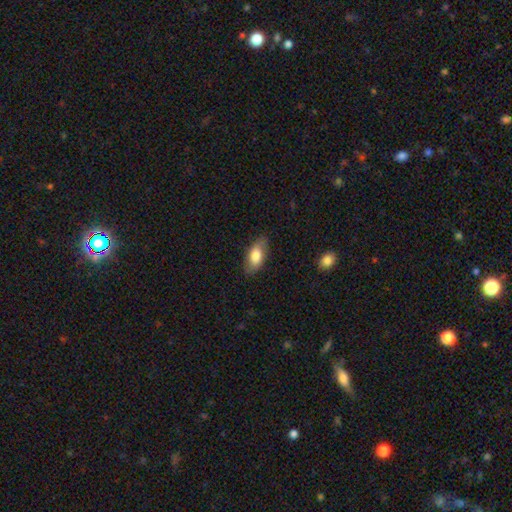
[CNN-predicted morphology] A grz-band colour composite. It shows a smooth galaxy with no disk features (75%) that is in between round and cigar-shaped (88%). Merging: none (82%).